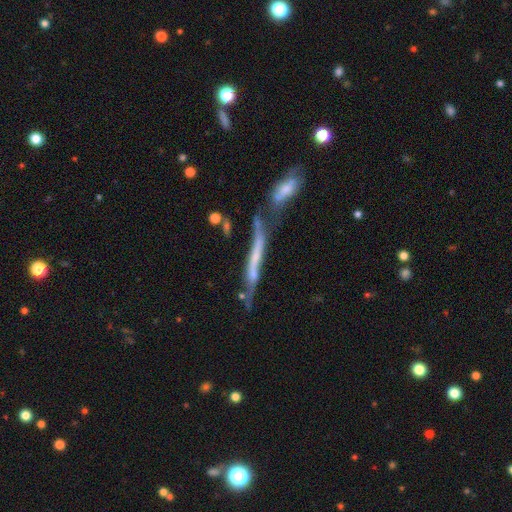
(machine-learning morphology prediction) This is likely a featured or disk galaxy (62%). It is likely viewed edge-on (71%). Merging: marginally merger (42%).